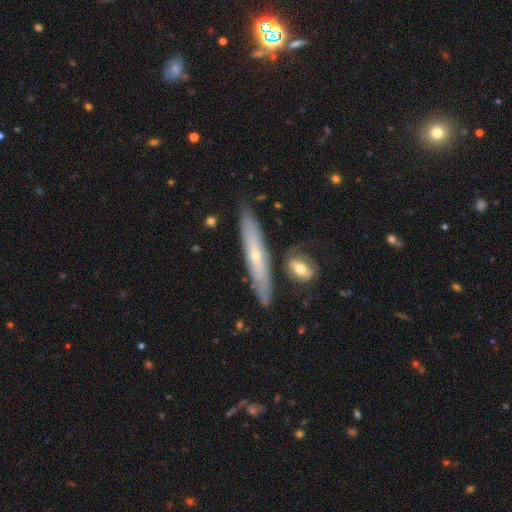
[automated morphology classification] A featured or disk galaxy (61%) viewed edge-on (66%). Merging: none (82%).